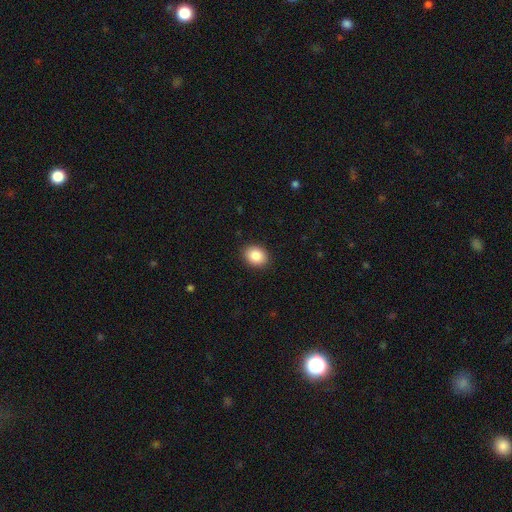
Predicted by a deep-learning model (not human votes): Smooth or featured? Predicted: smooth (p=0.87). How rounded? Predicted: in between (p=0.57). Merging? Predicted: none (p=0.90).